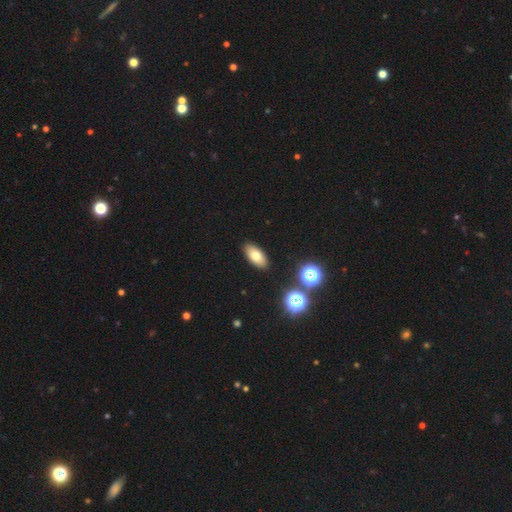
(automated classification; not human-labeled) Q: Smooth or featured?
A: smooth (73%); runner-up: featured or disk (16%)
Q: How rounded?
A: in between (88%); runner-up: cigar-shaped (8%)
Q: Merging?
A: none (89%); runner-up: minor disturbance (7%)